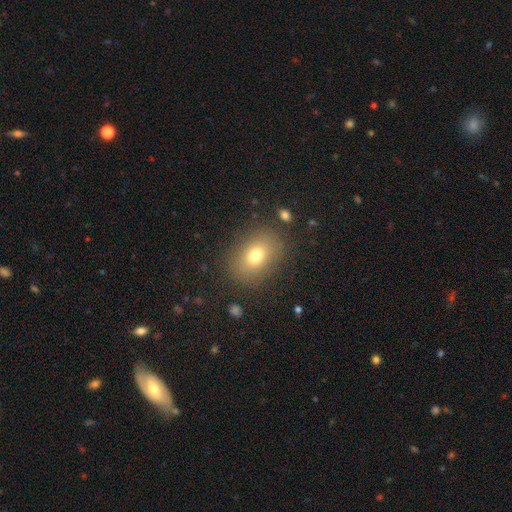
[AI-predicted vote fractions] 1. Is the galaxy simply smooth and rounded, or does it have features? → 74% smooth, 14% featured or disk, 12% star or artifact.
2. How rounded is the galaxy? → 69% in between, 29% round, 1% cigar-shaped.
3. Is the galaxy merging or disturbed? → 84% none, 10% minor disturbance, 4% major disturbance, 2% merger.